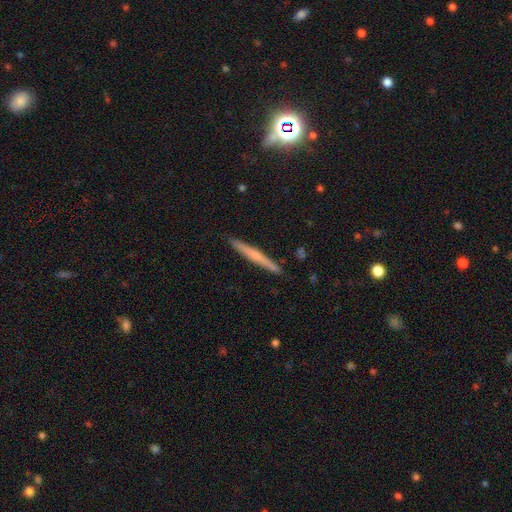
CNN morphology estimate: The model was most divided on "smooth or featured": featured or disk: 51%, smooth: 42%, star or artifact: 7%. More confident: edge-on disk — yes (97%); merging — none (91%).